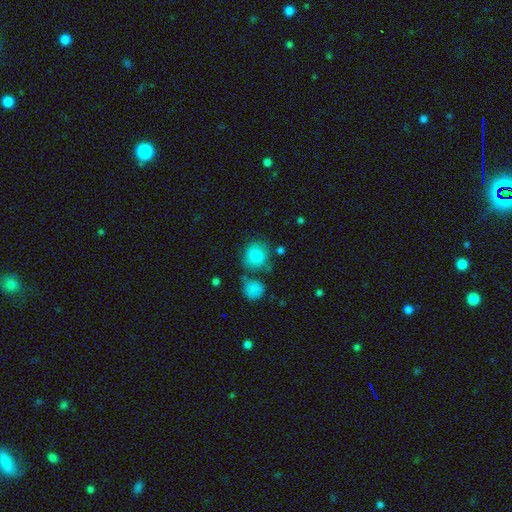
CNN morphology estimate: This is clearly a smooth galaxy (84%). How rounded: clearly round (81%). Merging: likely none (62%).